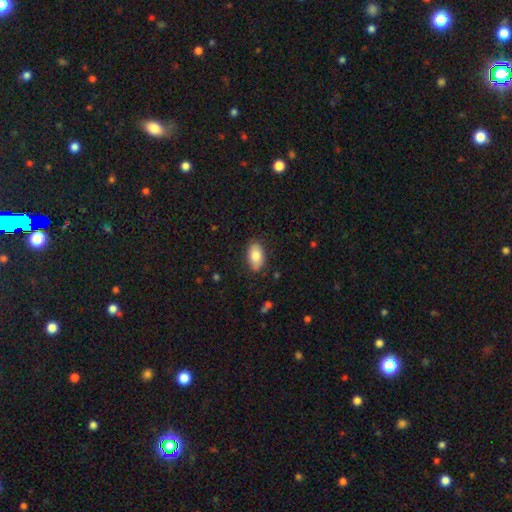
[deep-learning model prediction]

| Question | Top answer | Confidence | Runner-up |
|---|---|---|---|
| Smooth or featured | smooth | 82% | featured or disk (11%) |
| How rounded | in between | 93% | round (4%) |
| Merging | none | 83% | minor disturbance (13%) |